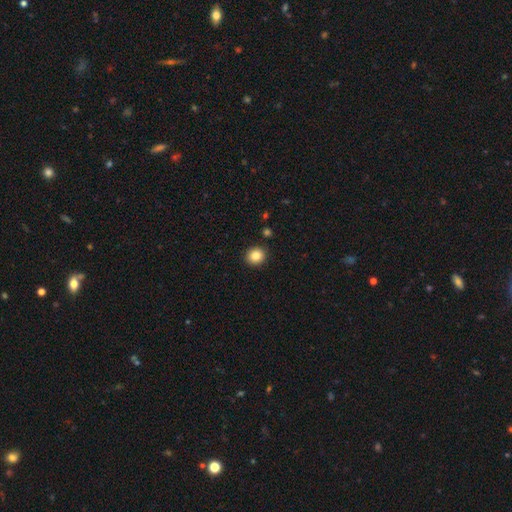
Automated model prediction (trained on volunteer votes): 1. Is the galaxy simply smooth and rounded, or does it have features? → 85% smooth, 10% star or artifact, 5% featured or disk.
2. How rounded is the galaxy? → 85% round, 14% in between, 1% cigar-shaped.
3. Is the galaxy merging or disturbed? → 91% none, 6% minor disturbance, 2% merger, 2% major disturbance.